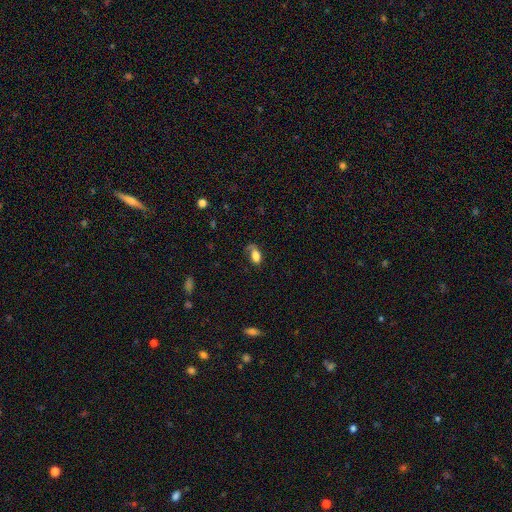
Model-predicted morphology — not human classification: Smooth or featured? Predicted: smooth (p=0.76). How rounded? Predicted: in between (p=0.89). Merging? Predicted: none (p=0.46).